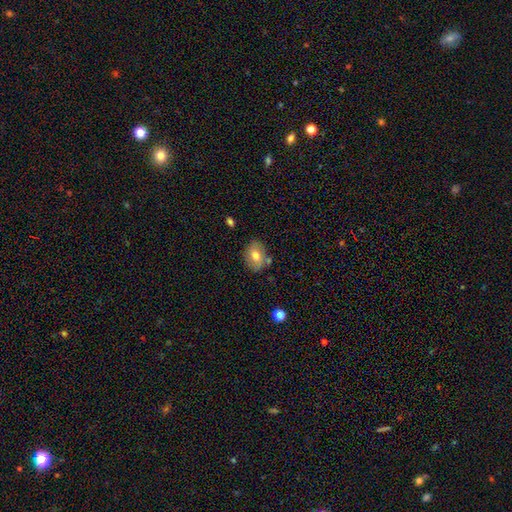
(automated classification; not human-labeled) Smooth or featured? Predicted: smooth (p=0.70). How rounded? Predicted: in between (p=0.67). Merging? Predicted: none (p=0.76).